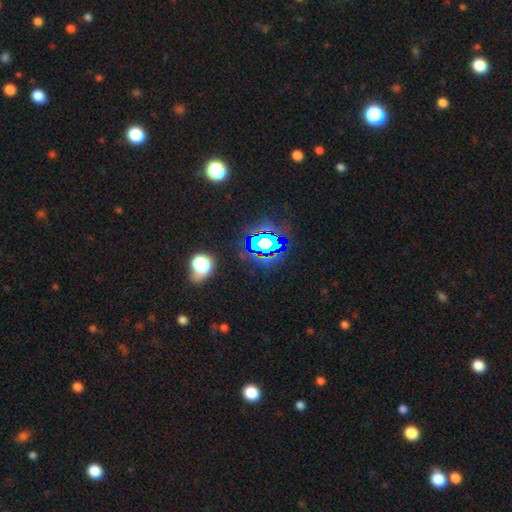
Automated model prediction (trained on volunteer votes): Q: Smooth or featured?
A: star or artifact (73%); runner-up: smooth (18%)